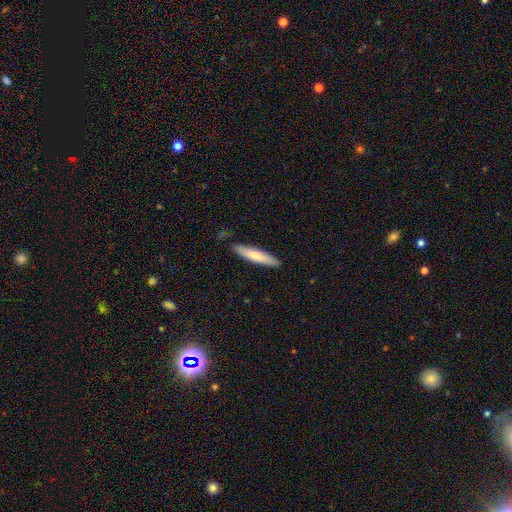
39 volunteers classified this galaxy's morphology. Overall: smooth (72%). How rounded: cigar-shaped (86%). Merging: none (87%).